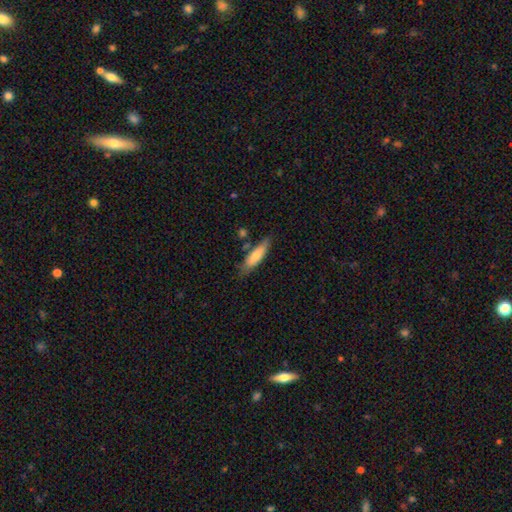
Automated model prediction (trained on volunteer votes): smooth 73%, featured or disk 21%, star or artifact 6%. Down the decision tree: how rounded — cigar-shaped (66%); merging — none (71%).